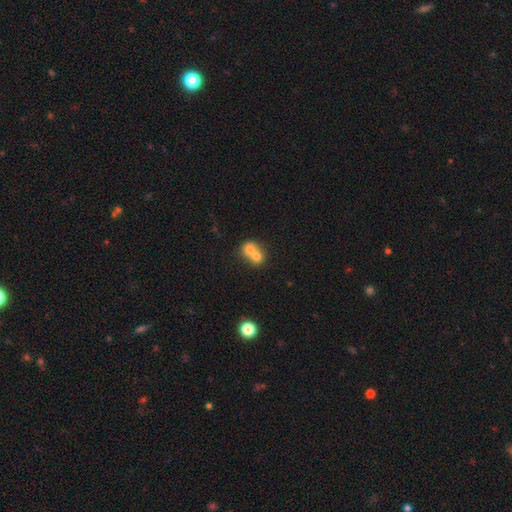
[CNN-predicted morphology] smooth 69%, featured or disk 21%, star or artifact 10%. Down the decision tree: how rounded — round (71%); merging — merger (71%).